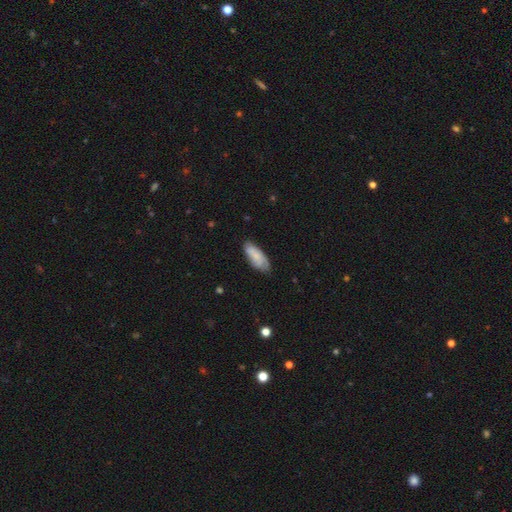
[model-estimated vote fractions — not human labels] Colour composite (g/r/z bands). It shows a smooth galaxy with no disk features (70%) that is in between round and cigar-shaped (76%). Merging: none (70%).